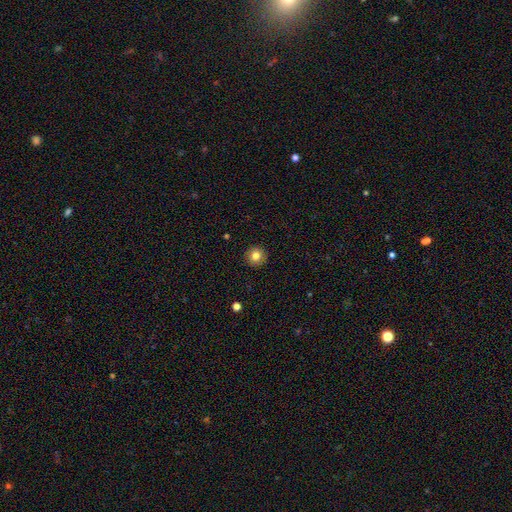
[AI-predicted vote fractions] This appears to be a smooth galaxy with no disk features (81%) that is round (95%). Merging: none (92%).